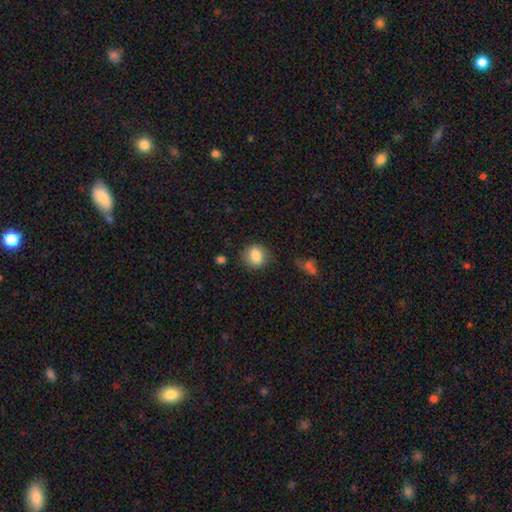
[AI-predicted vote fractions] Overall: smooth (82%). How rounded: round (69%; in between 29%). Merging: none (80%).